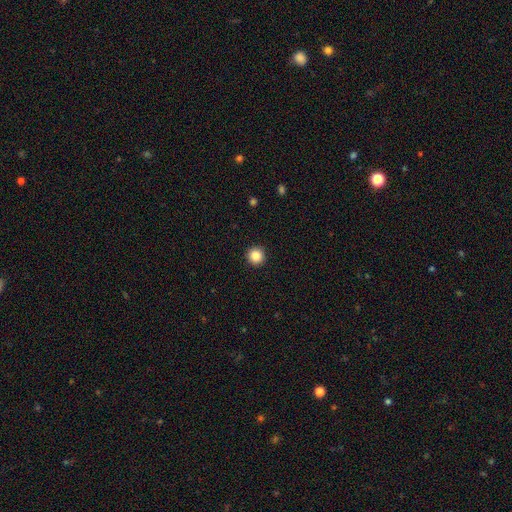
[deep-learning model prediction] Smooth or featured?
  - smooth: 85% *
  - star or artifact: 10%
  - featured or disk: 5%
How rounded?
  - round: 95% *
  - in between: 4%
  - cigar-shaped: 1%
Merging?
  - none: 93% *
  - minor disturbance: 4%
  - major disturbance: 1%
  - merger: 1%